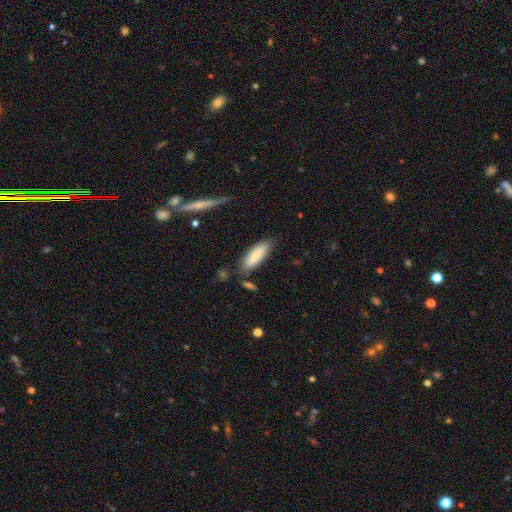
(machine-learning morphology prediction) This is clearly a smooth galaxy (80%). How rounded: possibly in between (54%). Merging: likely none (74%).